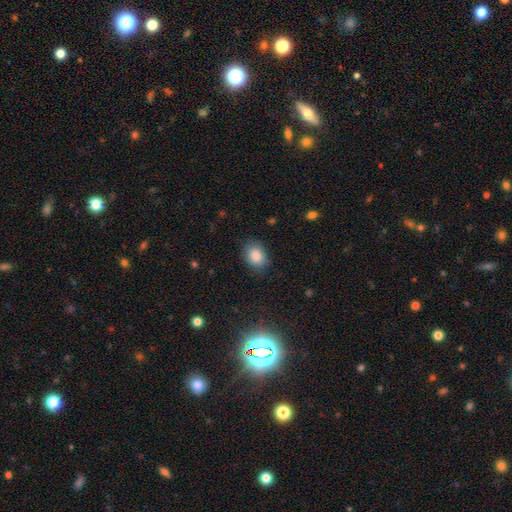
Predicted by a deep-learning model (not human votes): The model was most divided on "how rounded": in between: 61%, round: 38%, cigar-shaped: 1%. More confident: smooth or featured — smooth (86%); merging — none (82%).